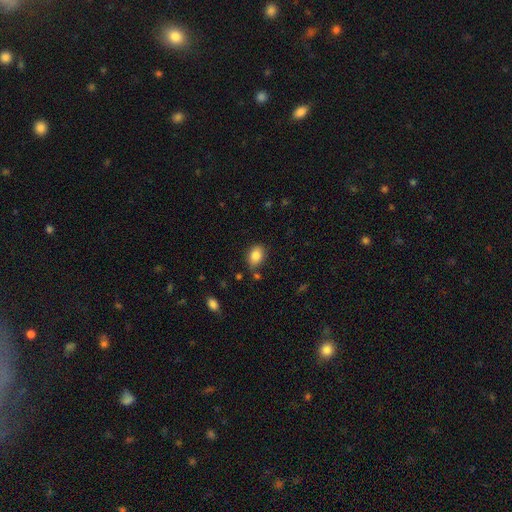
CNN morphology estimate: smooth 84%, star or artifact 9%, featured or disk 8%. Down the decision tree: how rounded — in between (75%); merging — none (75%).